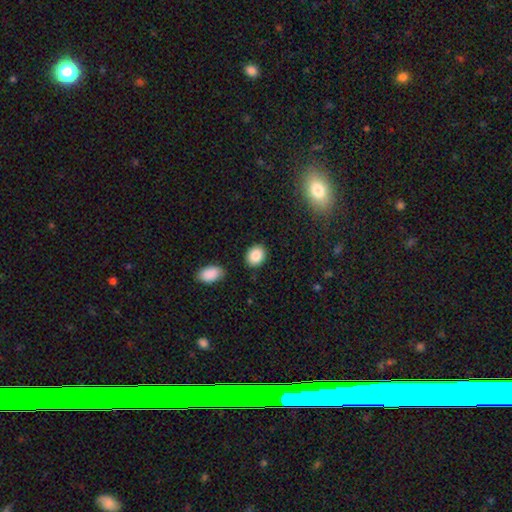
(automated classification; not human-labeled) This is clearly a smooth galaxy (87%). How rounded: possibly in between (55%). Merging: clearly none (85%).